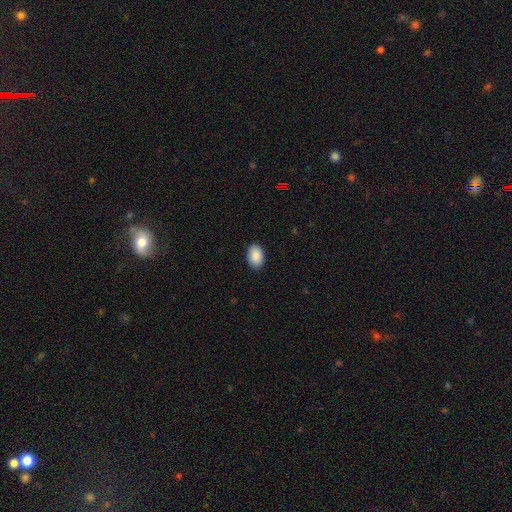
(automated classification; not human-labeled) Smooth or featured? smooth (90%)
How rounded? in between (89%)
Merging? none (90%)